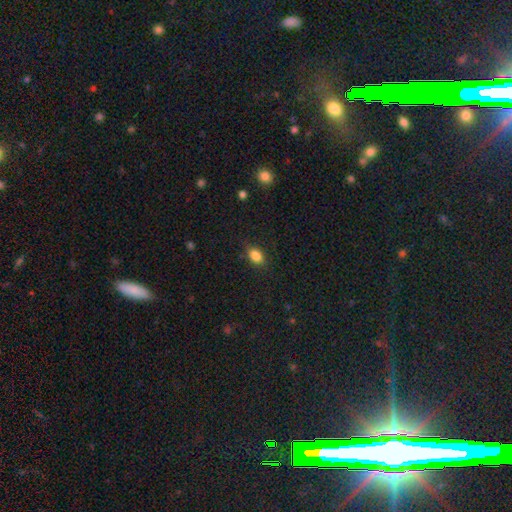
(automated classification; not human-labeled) Q: Smooth or featured?
A: smooth (85%); runner-up: star or artifact (10%)
Q: How rounded?
A: in between (81%); runner-up: round (17%)
Q: Merging?
A: none (84%); runner-up: minor disturbance (12%)